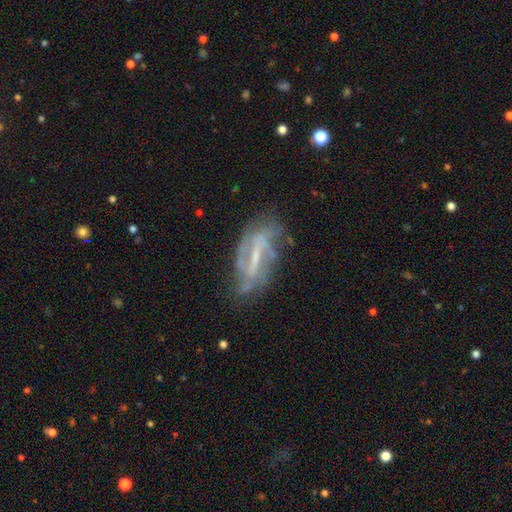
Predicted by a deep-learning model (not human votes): This is likely a featured or disk galaxy (80%). It is clearly not viewed edge-on (88%). Bar: possibly strong (55%). Spiral arm pattern: clearly yes (83%). Spiral arm count: possibly 2 (48%). Spiral winding: marginally medium (39%). Central bulge: possibly small (46%). Merging: likely none (62%).